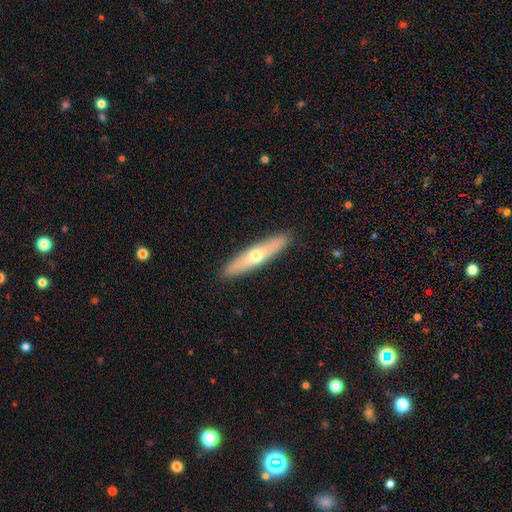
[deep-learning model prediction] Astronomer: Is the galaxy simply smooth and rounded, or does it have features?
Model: smooth — 47%, tied with featured or disk at 47%.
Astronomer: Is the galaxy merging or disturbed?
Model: none — 91%.